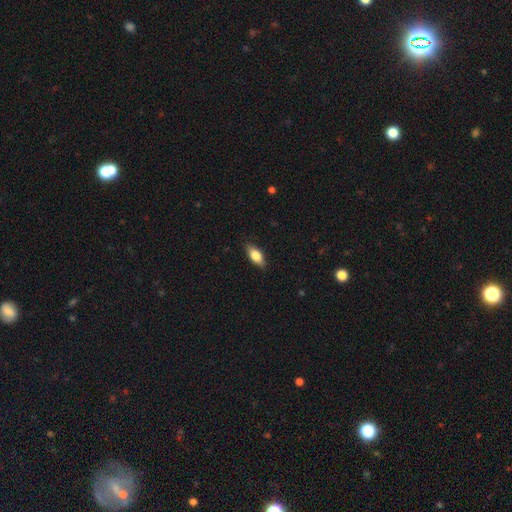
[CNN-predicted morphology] smooth 76%, featured or disk 18%, star or artifact 7%. Down the decision tree: how rounded — in between (82%); merging — none (86%).